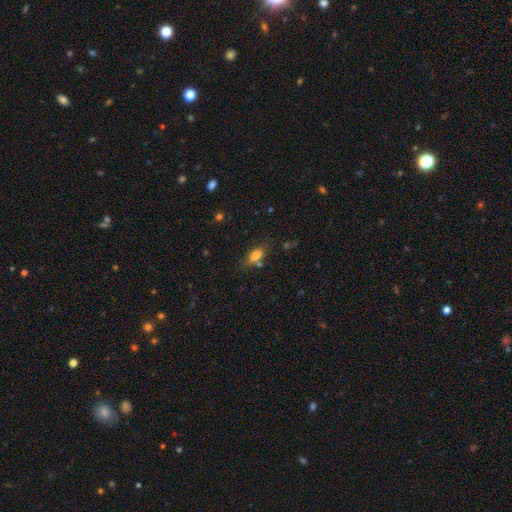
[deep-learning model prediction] The model was most divided on "merging": none: 68%, minor disturbance: 16%, merger: 12%, major disturbance: 5%. More confident: how rounded — in between (81%); smooth or featured — smooth (77%).